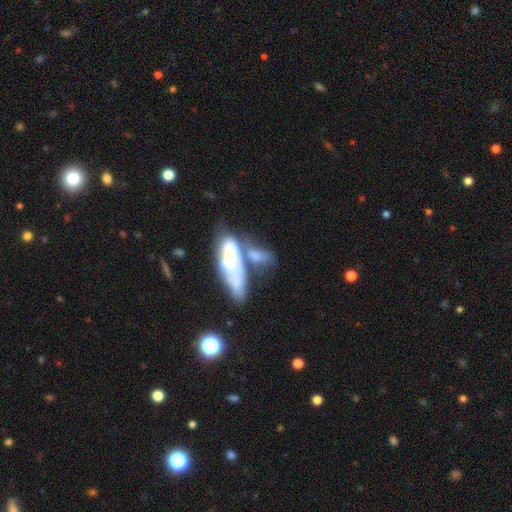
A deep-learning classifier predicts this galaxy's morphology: This is possibly a smooth galaxy (47%). Merging: possibly merger (53%).